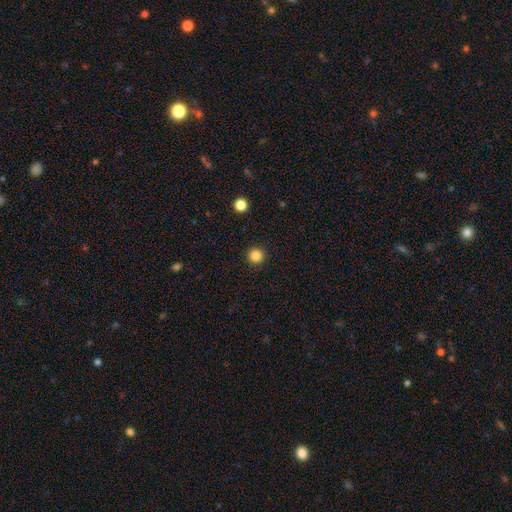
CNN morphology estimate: This appears to be a smooth galaxy with no disk features (85%) that is round (96%). Merging: none (93%).